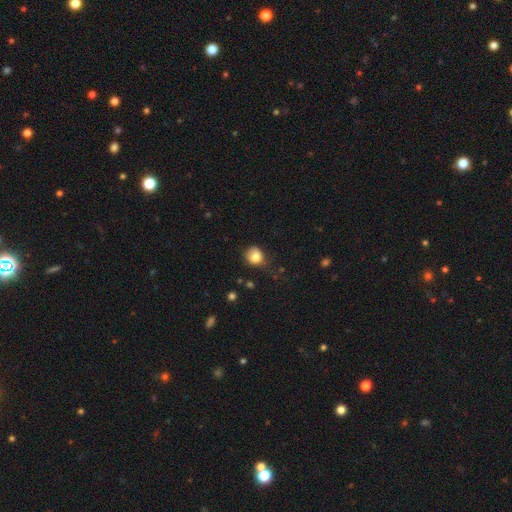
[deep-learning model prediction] This is clearly a smooth galaxy (81%). How rounded: likely round (71%). Merging: possibly none (57%).